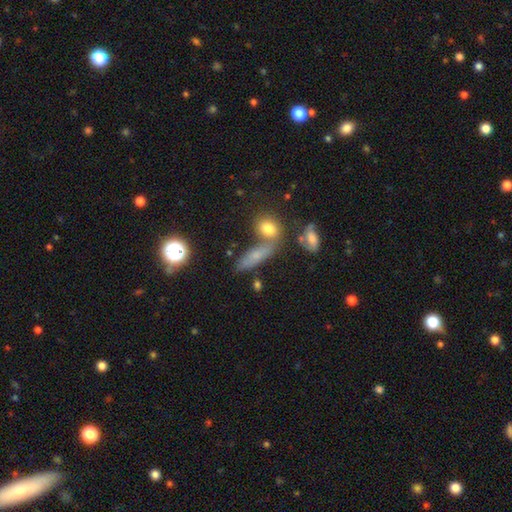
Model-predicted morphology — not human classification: A smooth galaxy with no disk features (63%) that is cigar-shaped (47%). Merging: none (51%).